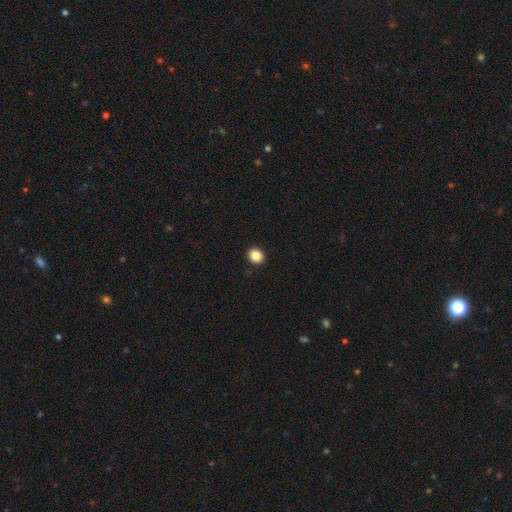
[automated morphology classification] A smooth galaxy with no disk features (86%) that is round (71%). Merging: none (92%).